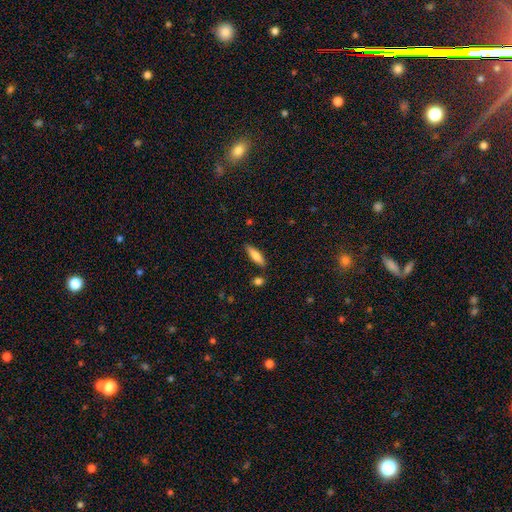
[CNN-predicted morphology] This is likely a smooth galaxy (74%). How rounded: possibly cigar-shaped (60%). Merging: clearly none (84%).